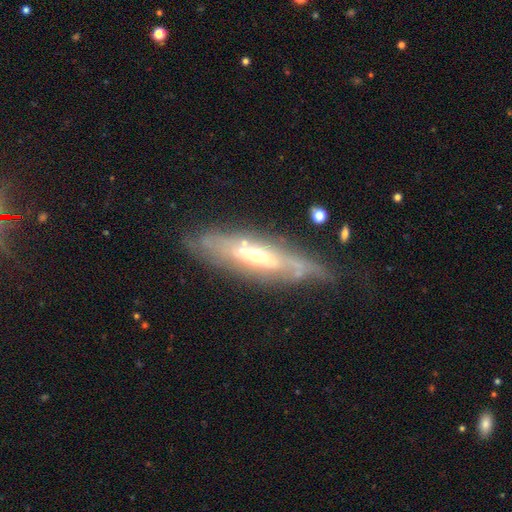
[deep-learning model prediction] A featured or disk galaxy (79%).

Vote fractions:
- Smooth or featured? featured or disk: 79% / smooth: 14% / star or artifact: 6%
- Edge-on disk? no: 57% / yes: 43%
- Merging? none: 66% / minor disturbance: 23% / major disturbance: 8% / merger: 3%